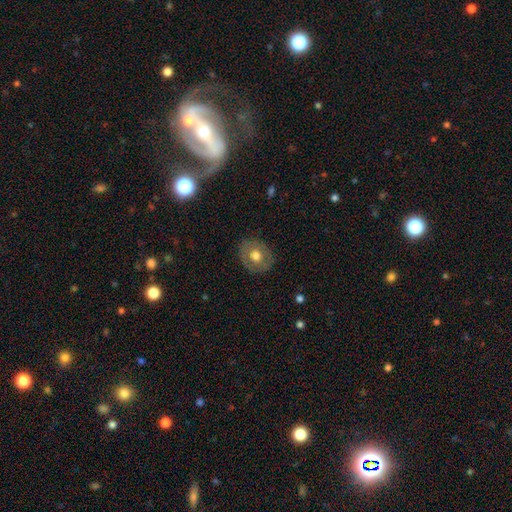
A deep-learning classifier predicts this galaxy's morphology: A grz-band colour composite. It shows a smooth galaxy with no disk features (60%) that is round (64%). Merging: none (84%).